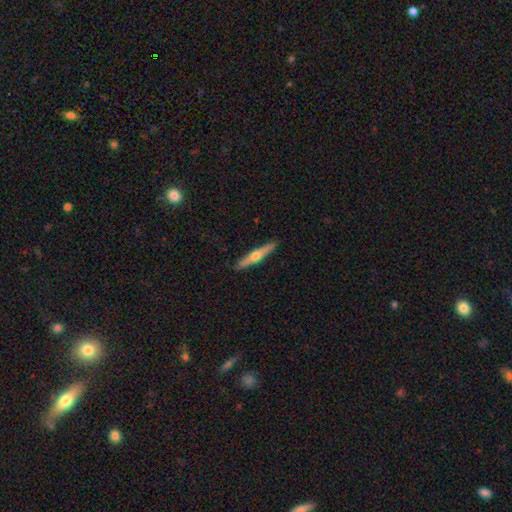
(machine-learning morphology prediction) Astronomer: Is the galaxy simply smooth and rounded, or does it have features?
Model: featured or disk — 61%.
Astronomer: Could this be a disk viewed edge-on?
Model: yes — 97%.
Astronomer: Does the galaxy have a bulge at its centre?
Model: rounded — 92%.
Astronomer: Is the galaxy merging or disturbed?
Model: none — 92%.